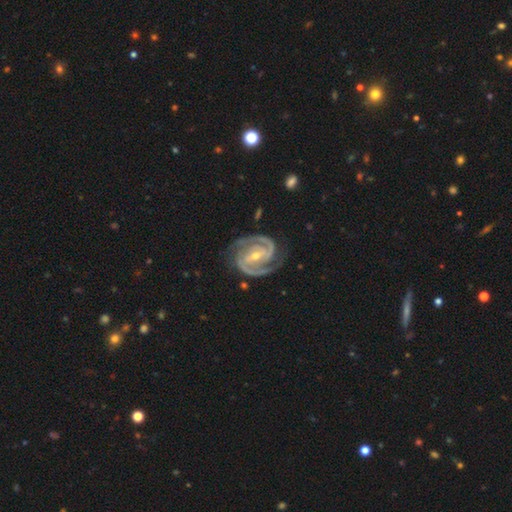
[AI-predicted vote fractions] Overall: featured or disk (93%). Edge-on disk: no (98%). Bar: strong (48%; weak 33%). Spiral arms: yes (99%). Spiral arm count: 2 (89%). Spiral winding: tight (53%; medium 42%). Bulge size: small (56%; moderate 41%). Merging: none (80%).